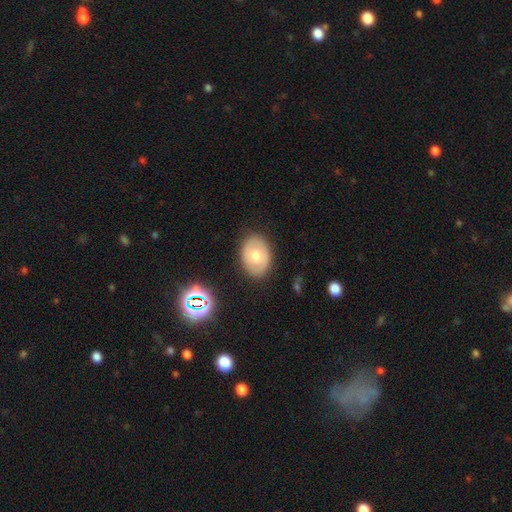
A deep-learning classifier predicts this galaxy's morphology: Q: Smooth or featured?
A: smooth (59%); runner-up: featured or disk (32%)
Q: How rounded?
A: in between (76%); runner-up: round (23%)
Q: Merging?
A: none (85%); runner-up: minor disturbance (10%)